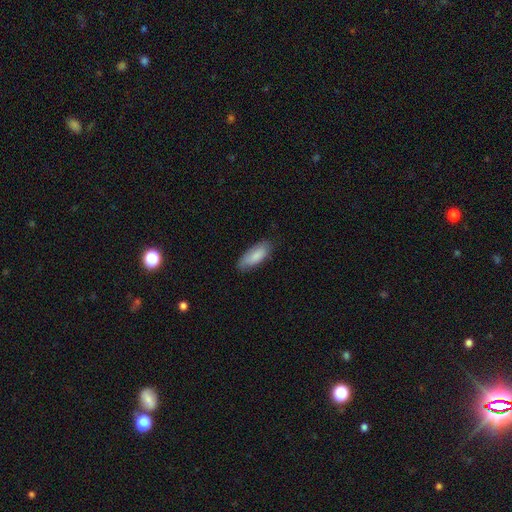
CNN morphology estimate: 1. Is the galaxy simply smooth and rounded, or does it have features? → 84% smooth, 10% featured or disk, 5% star or artifact.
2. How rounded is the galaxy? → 79% in between, 19% cigar-shaped, 2% round.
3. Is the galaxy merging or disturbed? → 77% none, 19% minor disturbance, 3% major disturbance, 1% merger.